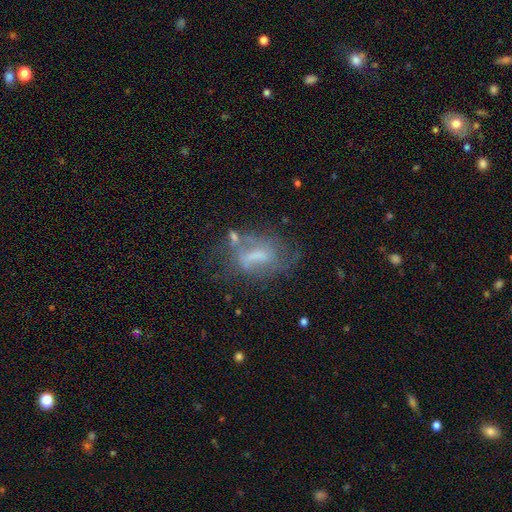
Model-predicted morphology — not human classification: A featured or disk galaxy (57%) with a weak bar (43%), no spiral arms (51%) and no central bulge (36%).

Vote fractions:
- Smooth or featured? featured or disk: 57% / smooth: 31% / star or artifact: 12%
- Edge-on disk? no: 94% / yes: 6%
- Bar? weak: 43% / no: 35% / strong: 22%
- Spiral arms? no: 51% / yes: 49%
- Bulge size? none: 36% / moderate: 28% / small: 28% / large: 7% / dominant: 1%
- Merging? none: 39% / major disturbance: 26% / minor disturbance: 24% / merger: 12%